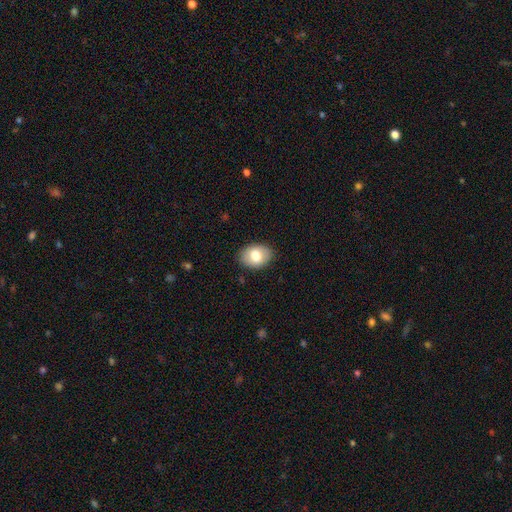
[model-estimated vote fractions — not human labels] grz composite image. It shows a smooth galaxy with no disk features (76%) that is in between round and cigar-shaped (76%). Merging: none (87%).